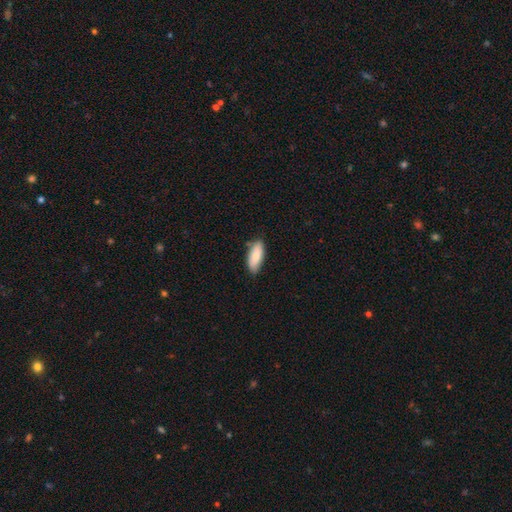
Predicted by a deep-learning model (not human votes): Morphology: type=smooth (81%); roundness=in between (78%); merging=none (79%).